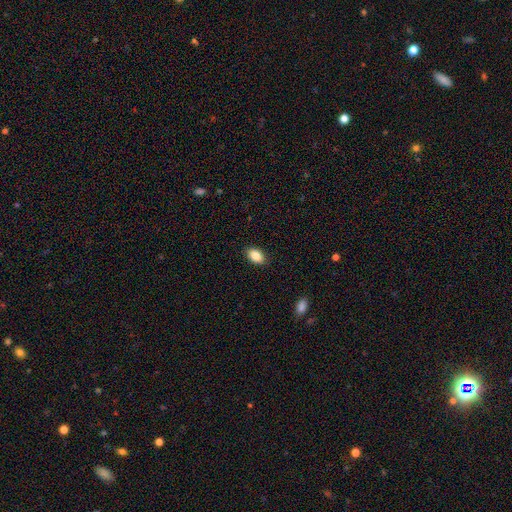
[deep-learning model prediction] smooth_or_featured: smooth (p=0.86) [alt: star or artifact p=0.07]
how_rounded: in between (p=0.90) [alt: round p=0.08]
merging: none (p=0.88) [alt: minor disturbance p=0.09]